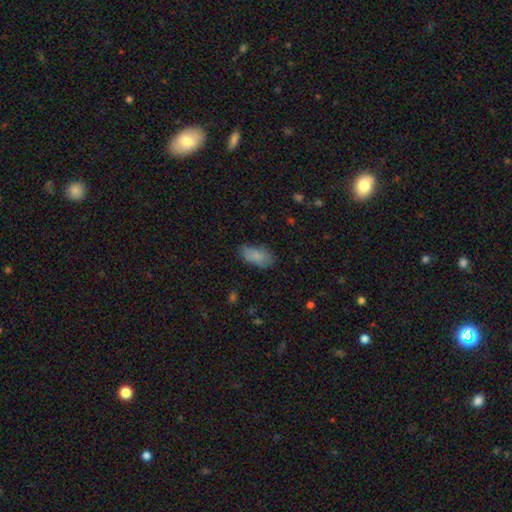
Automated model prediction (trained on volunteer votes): Smooth or featured? smooth (83%)
How rounded? in between (93%)
Merging? none (67%)